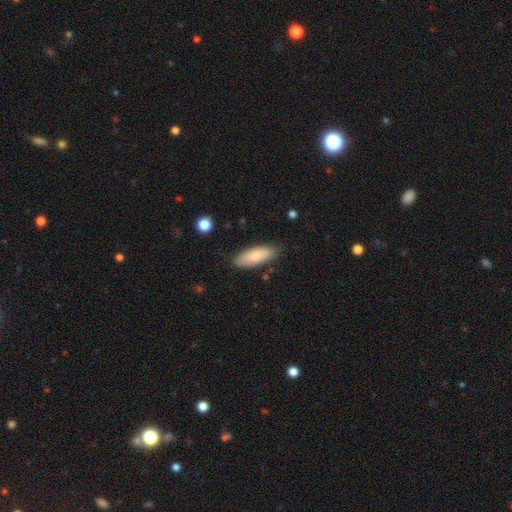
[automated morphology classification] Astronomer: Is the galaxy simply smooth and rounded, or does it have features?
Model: smooth — 81%.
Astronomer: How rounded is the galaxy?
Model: in between — 69%.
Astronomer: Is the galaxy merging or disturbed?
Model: none — 83%.